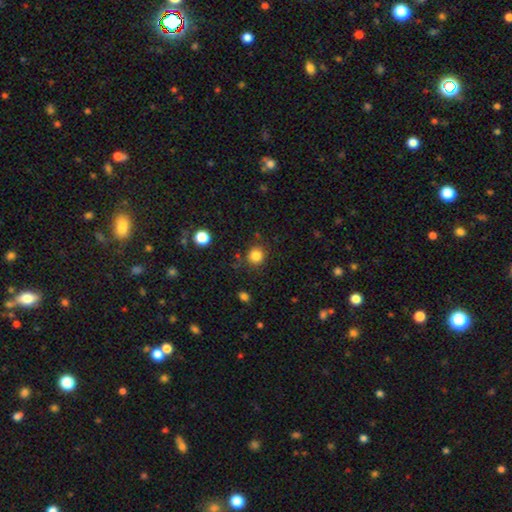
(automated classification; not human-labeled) smooth-or-featured: smooth: 84% | star or artifact: 12% | featured or disk: 5%
  how-rounded: round: 90% | in between: 9% | cigar-shaped: 1%
  merging: none: 84% | minor disturbance: 10% | major disturbance: 3% | merger: 3%